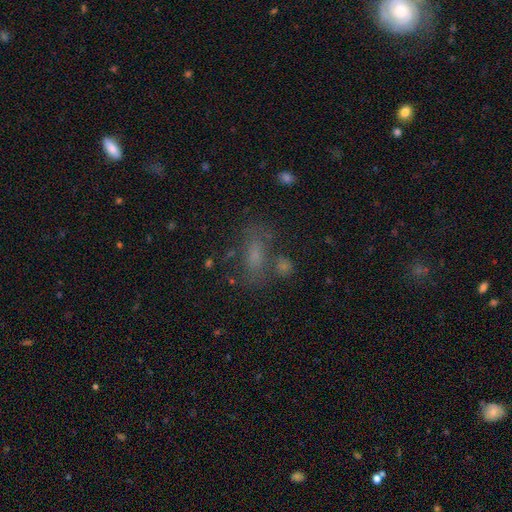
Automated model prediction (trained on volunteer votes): Smooth or featured? smooth (55%)
How rounded? in between (75%)
Merging? none (54%)